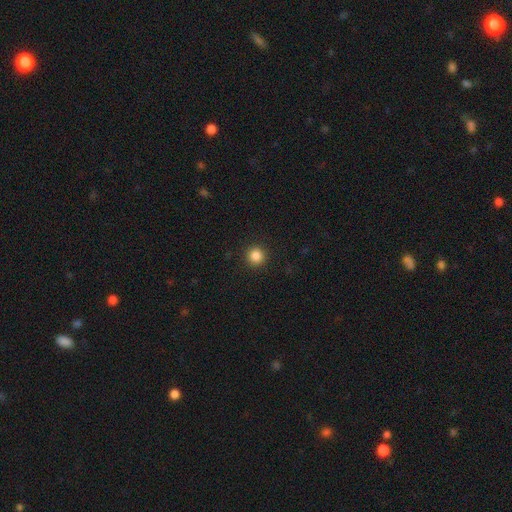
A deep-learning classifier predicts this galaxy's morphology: Q: Smooth or featured?
A: smooth (85%); runner-up: star or artifact (11%)
Q: How rounded?
A: round (95%); runner-up: in between (4%)
Q: Merging?
A: none (93%); runner-up: minor disturbance (5%)